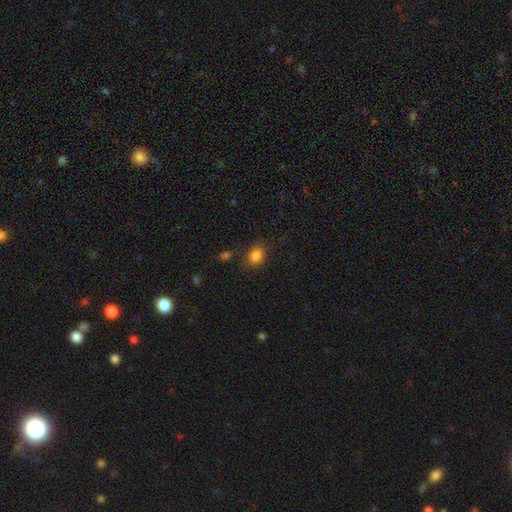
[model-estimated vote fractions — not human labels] smooth-or-featured: smooth: 83% | star or artifact: 11% | featured or disk: 6%
  how-rounded: in between: 54% | round: 45% | cigar-shaped: 1%
  merging: none: 78% | minor disturbance: 14% | major disturbance: 4% | merger: 3%